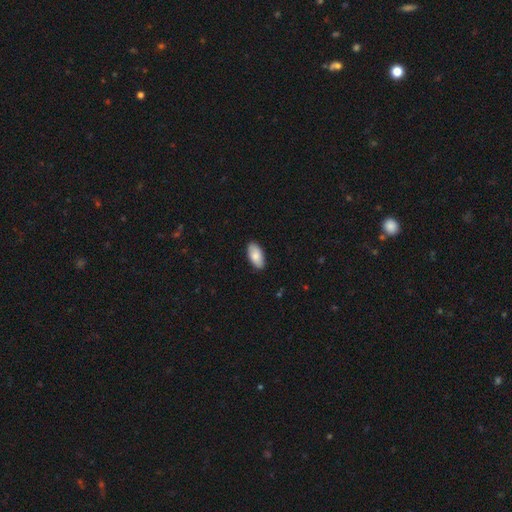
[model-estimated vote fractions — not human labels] smooth 82%, featured or disk 12%, star or artifact 6%. Down the decision tree: how rounded — in between (93%); merging — none (87%).